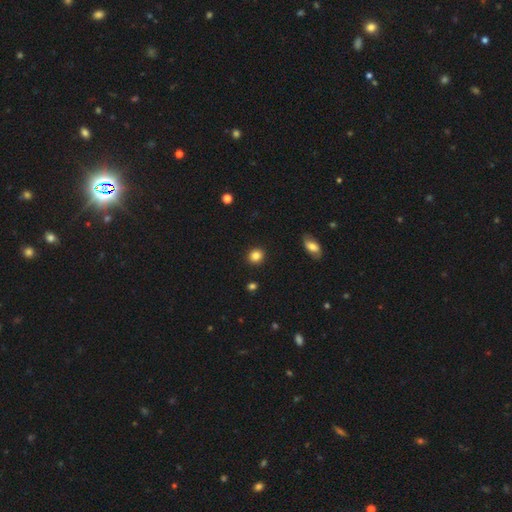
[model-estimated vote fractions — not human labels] Smooth or featured? Predicted: smooth (p=0.85). How rounded? Predicted: round (p=0.82). Merging? Predicted: none (p=0.91).